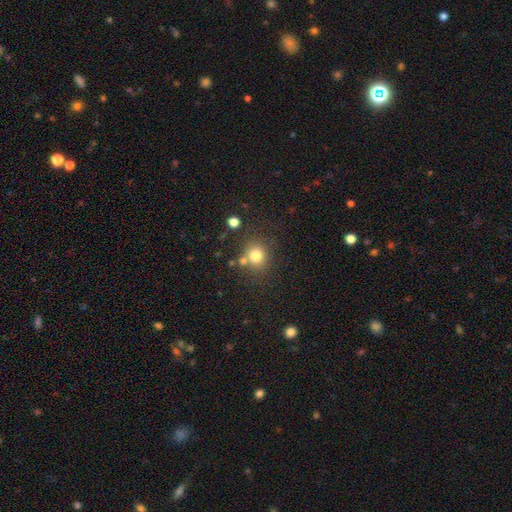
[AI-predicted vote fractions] A smooth galaxy with no disk features (78%) that is round (81%). Merging: none (69%).